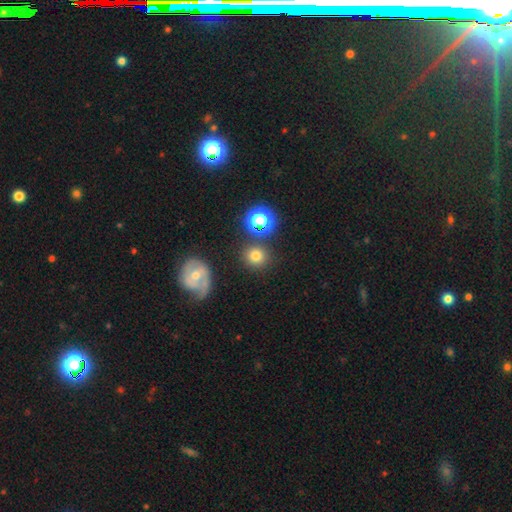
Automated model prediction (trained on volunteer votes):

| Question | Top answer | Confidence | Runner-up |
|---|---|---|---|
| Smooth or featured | smooth | 74% | star or artifact (15%) |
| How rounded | round | 89% | in between (10%) |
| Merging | none | 80% | minor disturbance (9%) |